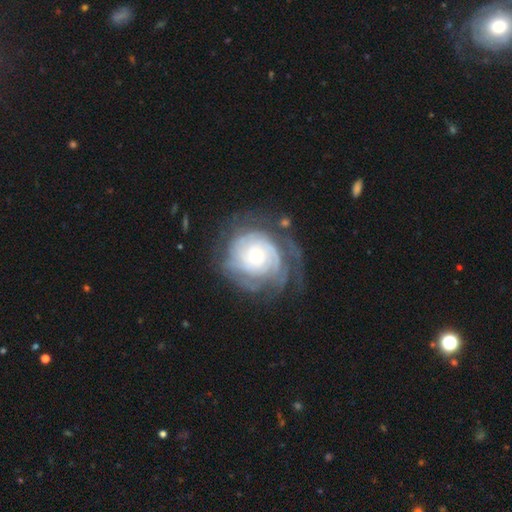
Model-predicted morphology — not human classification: This appears to be a featured or disk galaxy (82%) with no bar (80%), tight (76%) spiral arms (93%) and a small central bulge (57%). Merging: none (59%).